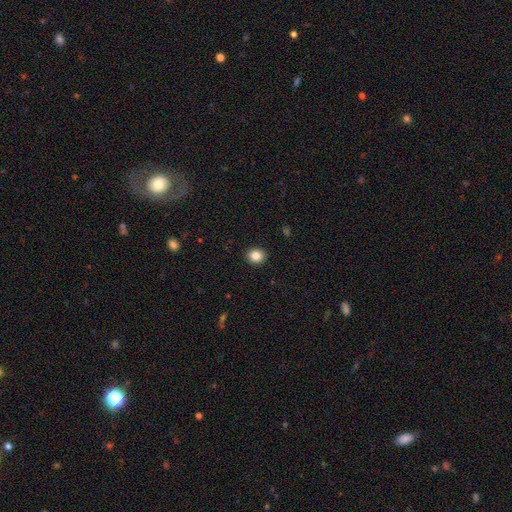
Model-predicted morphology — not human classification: The model was most divided on "how rounded": round: 77%, in between: 23%, cigar-shaped: 1%. More confident: merging — none (92%); smooth or featured — smooth (85%).